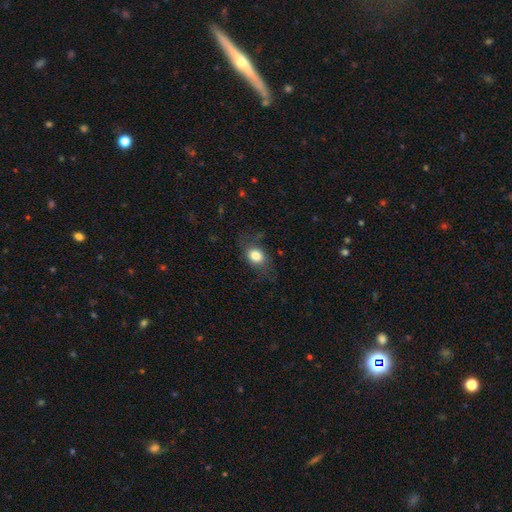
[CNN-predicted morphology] smooth_or_featured: smooth (p=0.78) [alt: featured or disk p=0.12]
how_rounded: in between (p=0.57) [alt: round p=0.41]
merging: none (p=0.66) [alt: minor disturbance p=0.22]